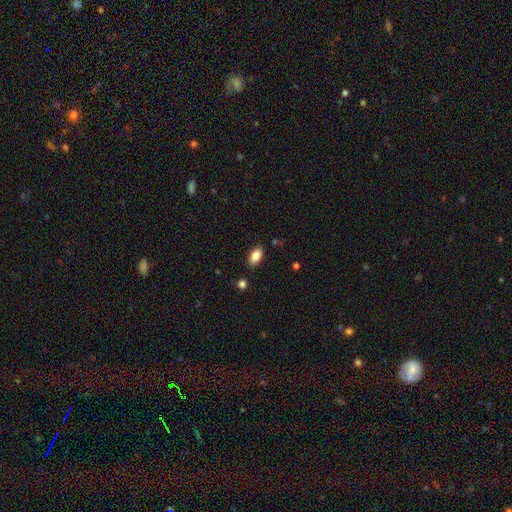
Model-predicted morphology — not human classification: This appears to be a smooth galaxy with no disk features (84%) that is in between round and cigar-shaped (91%). Merging: none (85%).